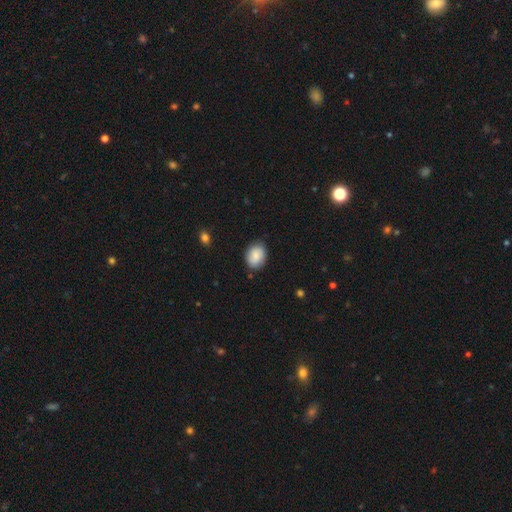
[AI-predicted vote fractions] A smooth galaxy with no disk features (83%) that is in between round and cigar-shaped (60%).

Vote fractions:
- Smooth or featured? smooth: 83% / featured or disk: 10% / star or artifact: 7%
- How rounded? in between: 60% / round: 39% / cigar-shaped: 1%
- Merging? none: 80% / minor disturbance: 16% / major disturbance: 3% / merger: 1%